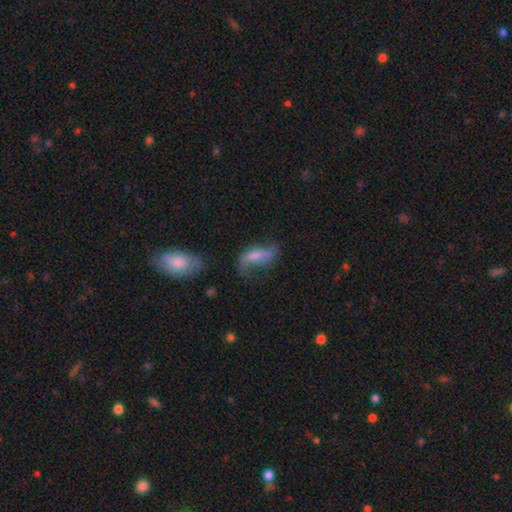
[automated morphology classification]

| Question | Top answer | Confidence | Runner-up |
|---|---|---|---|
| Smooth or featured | featured or disk | 47% | smooth (43%) |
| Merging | none | 43% | minor disturbance (26%) |